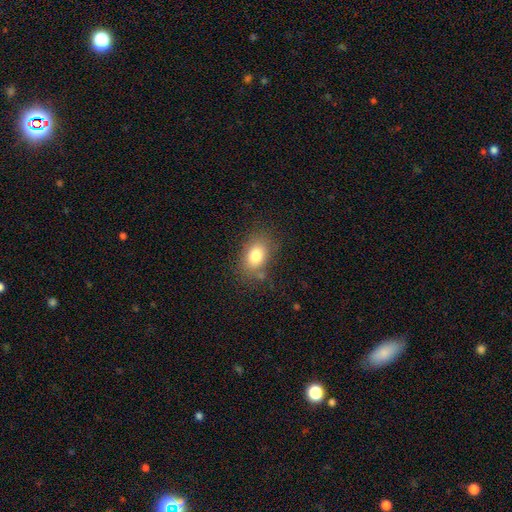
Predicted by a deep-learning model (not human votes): This appears to be a smooth galaxy with no disk features (79%) that is in between round and cigar-shaped (78%). Merging: none (78%).